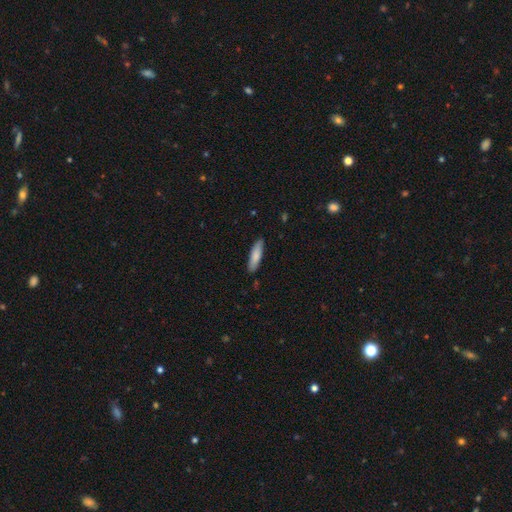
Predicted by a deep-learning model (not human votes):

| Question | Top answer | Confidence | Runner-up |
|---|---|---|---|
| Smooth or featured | smooth | 82% | featured or disk (13%) |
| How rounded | cigar-shaped | 69% | in between (29%) |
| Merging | none | 86% | minor disturbance (11%) |